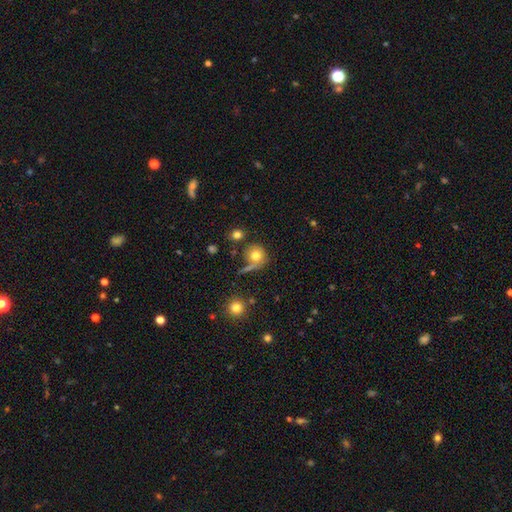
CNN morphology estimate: Smooth or featured? smooth (76%)
How rounded? round (87%)
Merging? none (60%)